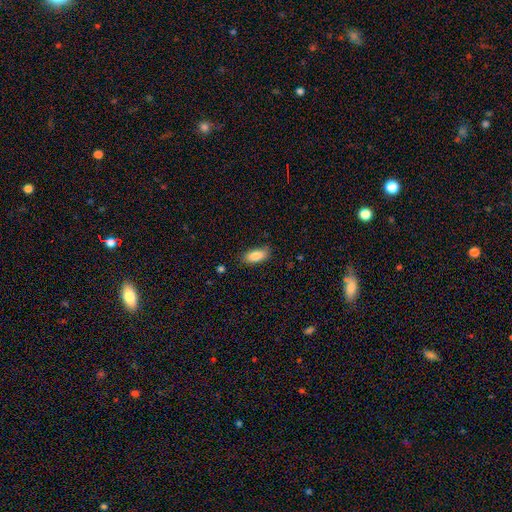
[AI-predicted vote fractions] This is clearly a smooth galaxy (87%). How rounded: clearly in between (86%). Merging: clearly none (84%).